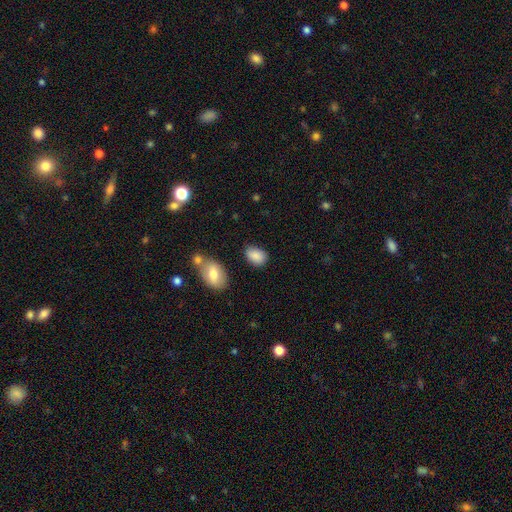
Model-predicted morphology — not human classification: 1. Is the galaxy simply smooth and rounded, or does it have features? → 87% smooth, 8% star or artifact, 5% featured or disk.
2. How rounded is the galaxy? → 85% in between, 13% round, 1% cigar-shaped.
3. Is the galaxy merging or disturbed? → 70% none, 21% minor disturbance, 5% merger, 5% major disturbance.